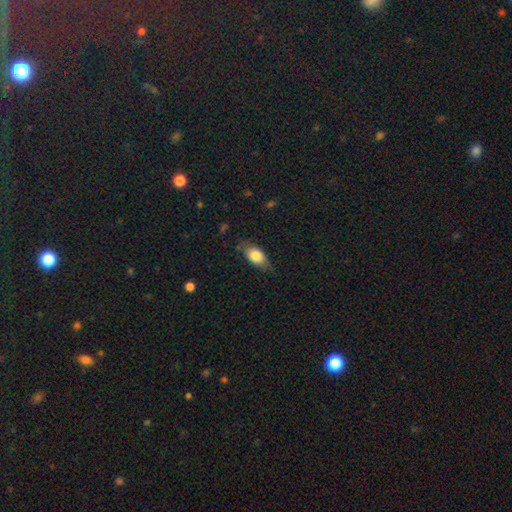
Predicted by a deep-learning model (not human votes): Overall: smooth (77%). How rounded: in between (85%). Merging: none (72%).